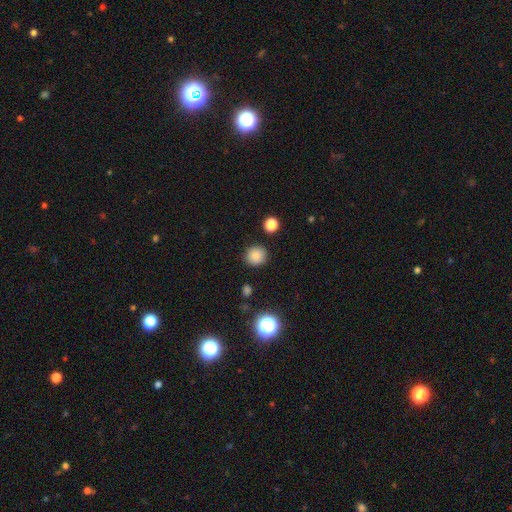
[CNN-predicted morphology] Smooth or featured? smooth (85%)
How rounded? round (91%)
Merging? none (89%)